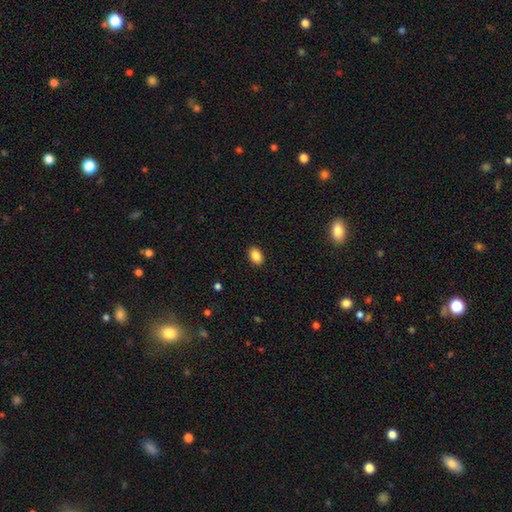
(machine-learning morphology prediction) smooth 87%, star or artifact 9%, featured or disk 5%. Down the decision tree: how rounded — in between (84%); merging — none (90%).